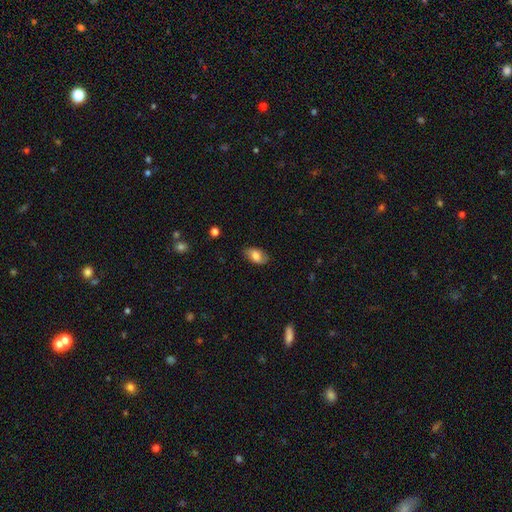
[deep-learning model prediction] This appears to be a smooth galaxy with no disk features (76%) that is in between round and cigar-shaped (92%). Merging: none (79%).